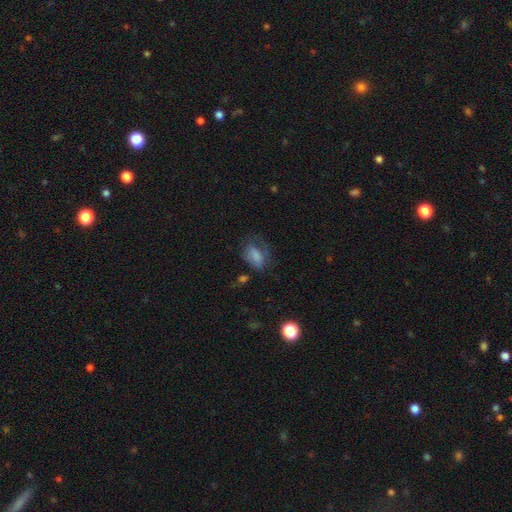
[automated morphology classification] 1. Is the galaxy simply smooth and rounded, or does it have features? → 69% smooth, 20% featured or disk, 10% star or artifact.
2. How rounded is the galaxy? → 85% in between, 10% round, 5% cigar-shaped.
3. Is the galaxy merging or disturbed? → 40% none, 30% major disturbance, 28% minor disturbance, 3% merger.